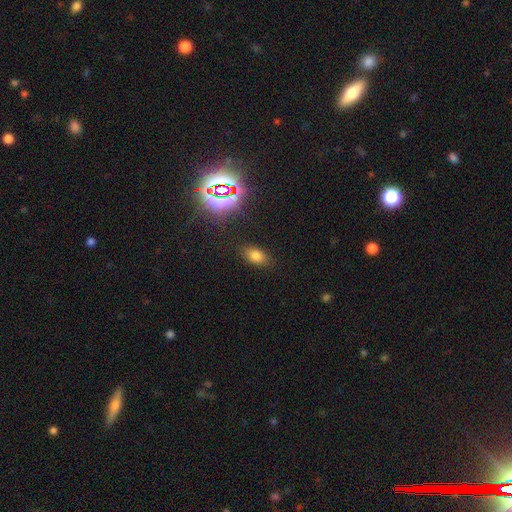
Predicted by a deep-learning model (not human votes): Smooth or featured? Predicted: smooth (p=0.73). How rounded? Predicted: in between (p=0.86). Merging? Predicted: none (p=0.84).